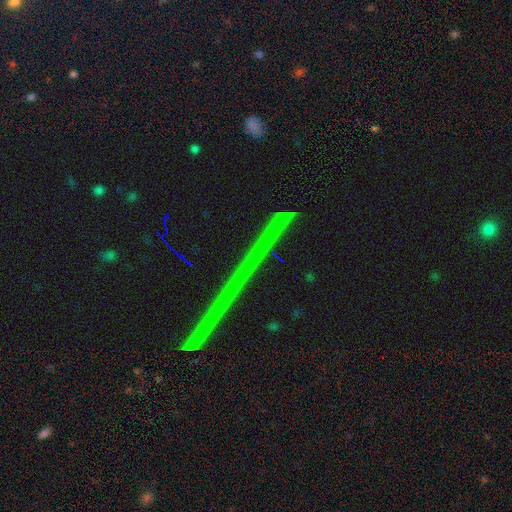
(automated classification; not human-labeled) Q: Smooth or featured?
A: star or artifact (79%); runner-up: featured or disk (13%)